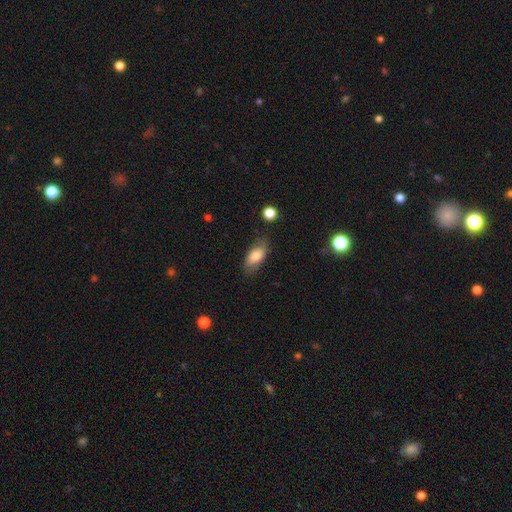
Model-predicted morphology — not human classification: This appears to be a smooth galaxy with no disk features (79%) that is in between round and cigar-shaped (88%). Merging: none (73%).